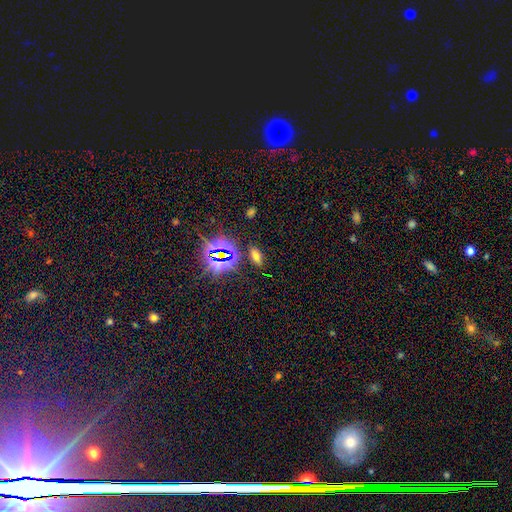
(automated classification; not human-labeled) This is possibly a smooth galaxy (55%). How rounded: clearly in between (82%). Merging: clearly none (84%).